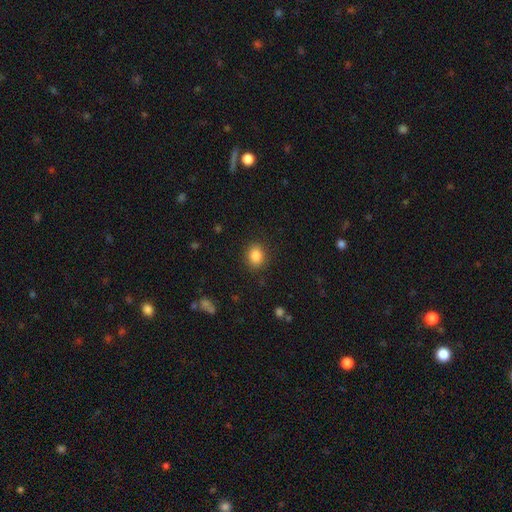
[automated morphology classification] This is clearly a smooth galaxy (86%). How rounded: possibly round (58%). Merging: clearly none (88%).